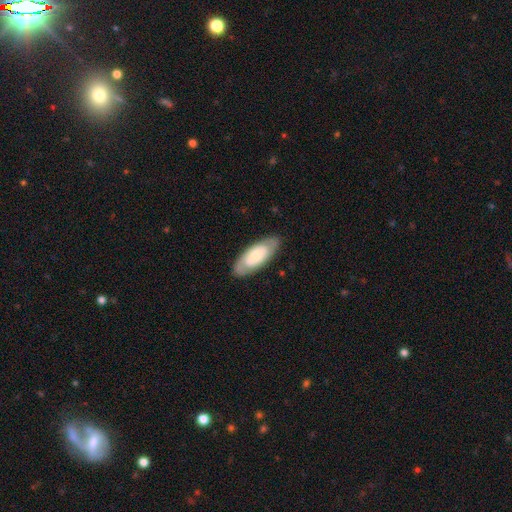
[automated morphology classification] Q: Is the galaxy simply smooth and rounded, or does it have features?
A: smooth — 48%.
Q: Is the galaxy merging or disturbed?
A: none — 81%.